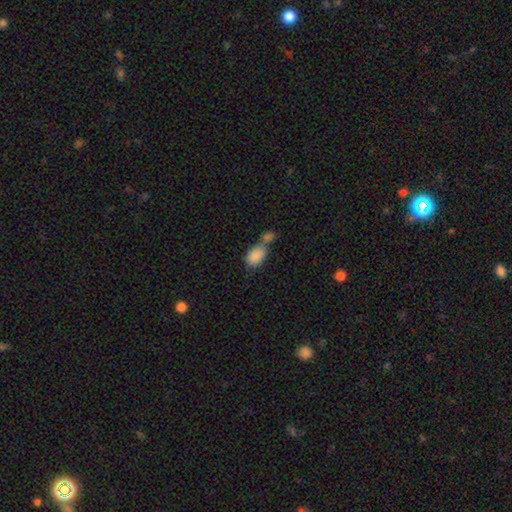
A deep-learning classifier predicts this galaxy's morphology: The model was most divided on "merging": merger: 54%, none: 29%, minor disturbance: 12%, major disturbance: 6%. More confident: how rounded — in between (90%); smooth or featured — smooth (86%).